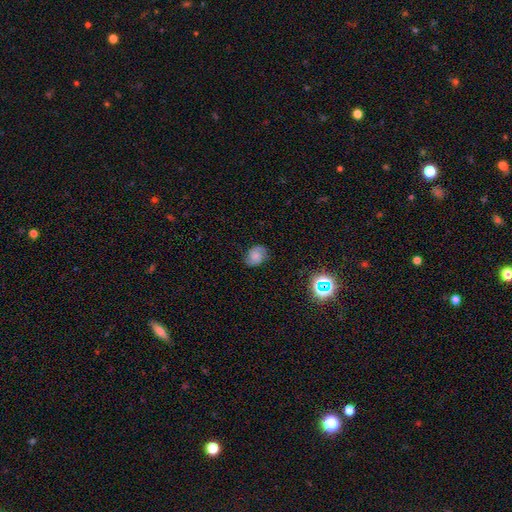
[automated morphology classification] Smooth or featured? smooth (45%)
Merging? none (76%)